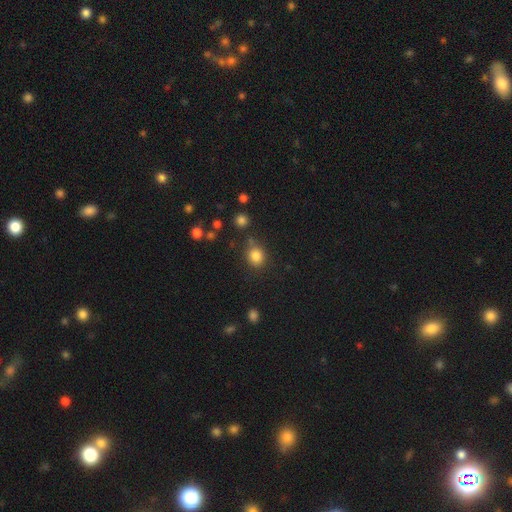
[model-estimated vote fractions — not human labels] smooth_or_featured: smooth (p=0.83) [alt: star or artifact p=0.12]
how_rounded: round (p=0.78) [alt: in between p=0.21]
merging: none (p=0.75) [alt: minor disturbance p=0.13]